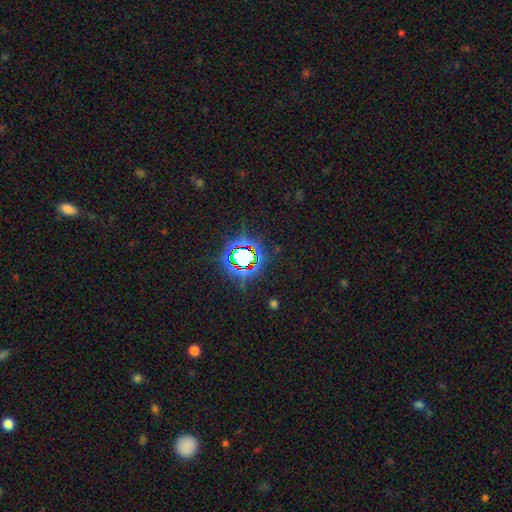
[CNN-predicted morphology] Smooth or featured? star or artifact (79%)